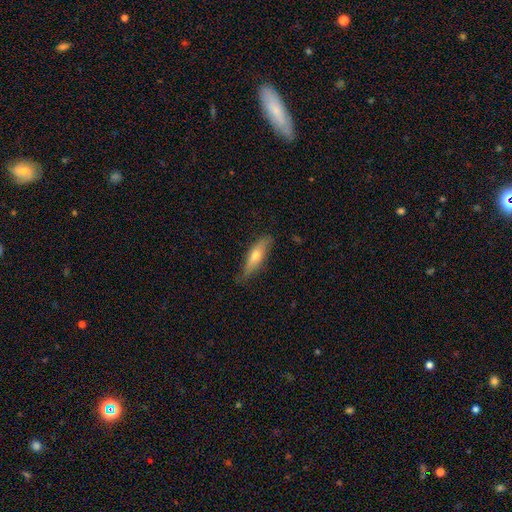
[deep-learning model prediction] smooth 53%, featured or disk 41%, star or artifact 6%. Down the decision tree: how rounded — cigar-shaped (62%); merging — none (76%).